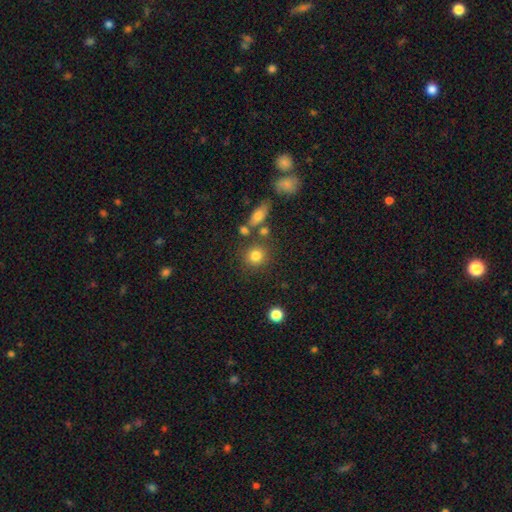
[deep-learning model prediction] Morphology: type=smooth (81%); roundness=round (86%); merging=none (76%).